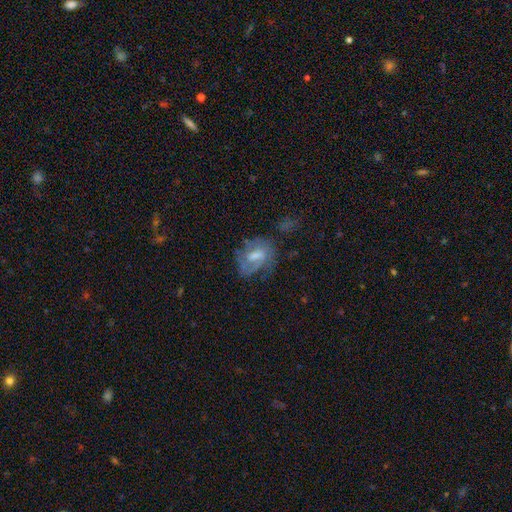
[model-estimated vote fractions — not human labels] featured or disk 57%, smooth 33%, star or artifact 9%. Down the decision tree: edge-on disk — no (96%); bar — weak (52%); spiral arms — yes (69%); bulge size — moderate (43%); merging — none (47%).